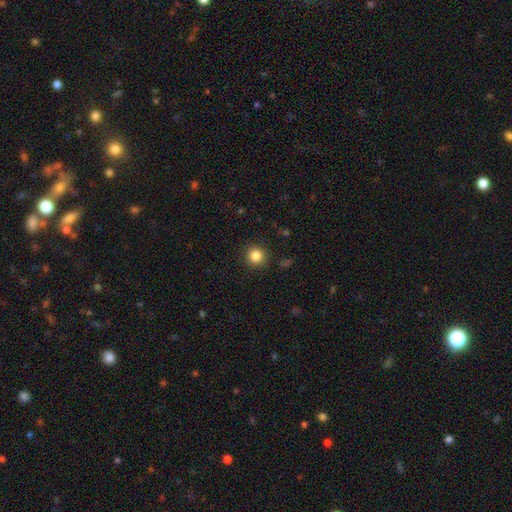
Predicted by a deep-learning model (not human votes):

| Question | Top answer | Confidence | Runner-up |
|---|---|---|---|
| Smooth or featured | smooth | 84% | star or artifact (11%) |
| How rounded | round | 94% | in between (5%) |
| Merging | none | 91% | minor disturbance (6%) |